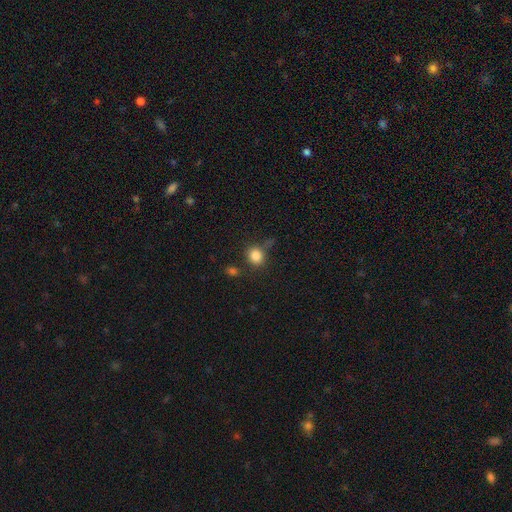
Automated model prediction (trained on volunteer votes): smooth-or-featured: smooth: 82% | star or artifact: 11% | featured or disk: 6%
  how-rounded: round: 78% | in between: 21% | cigar-shaped: 1%
  merging: none: 69% | minor disturbance: 16% | merger: 9% | major disturbance: 6%